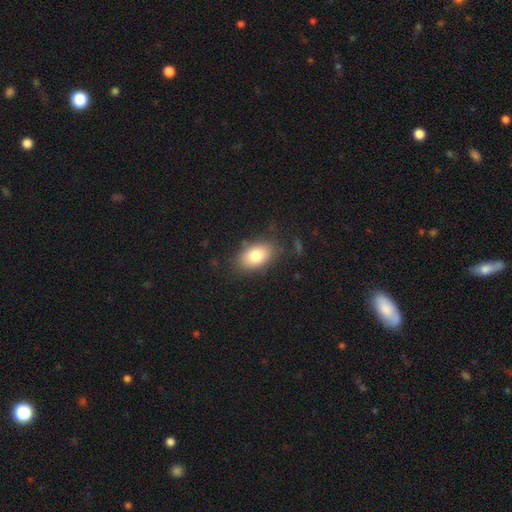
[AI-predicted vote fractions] Smooth or featured? Predicted: smooth (p=0.79). How rounded? Predicted: in between (p=0.88). Merging? Predicted: none (p=0.81).